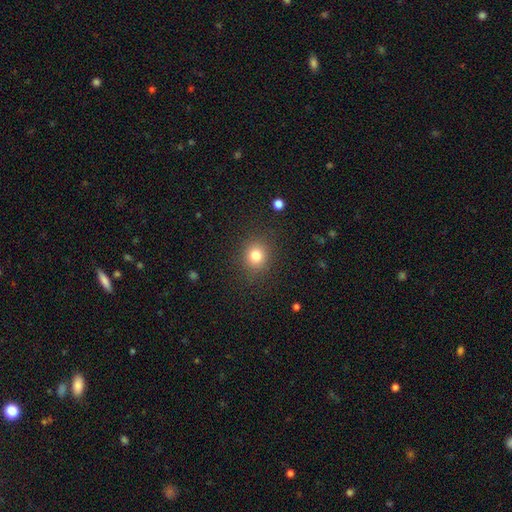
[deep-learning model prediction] This is likely a smooth galaxy (80%). How rounded: clearly round (82%). Merging: clearly none (87%).